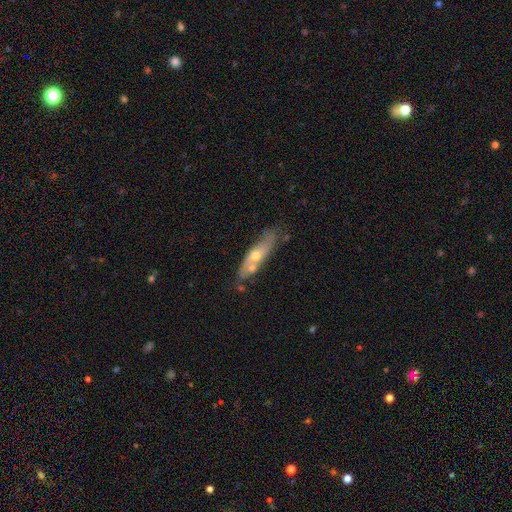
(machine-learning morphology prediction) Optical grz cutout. It shows a featured or disk galaxy (50%). Merging: none (54%).